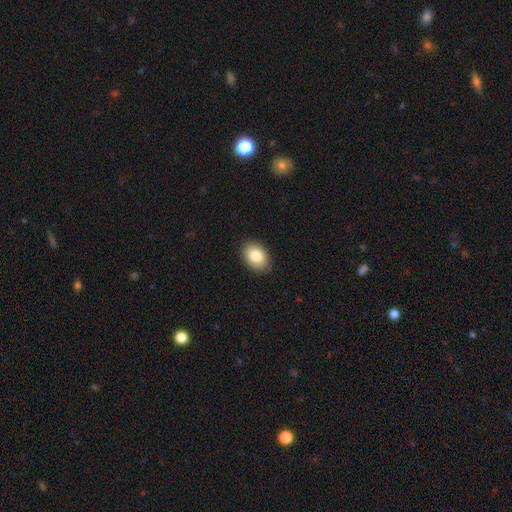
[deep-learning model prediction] Smooth or featured: smooth — 84% (featured or disk — 9%)
How rounded: in between — 81% (round — 18%)
Merging: none — 89% (minor disturbance — 9%)